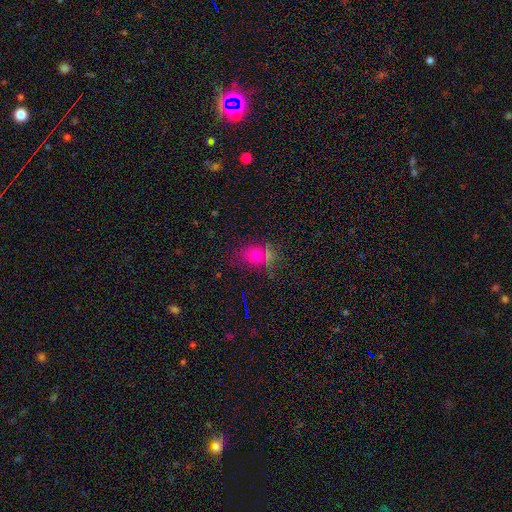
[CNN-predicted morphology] The model was most divided on "how rounded": round: 57%, in between: 41%, cigar-shaped: 2%. More confident: merging — none (63%); smooth or featured — smooth (62%).